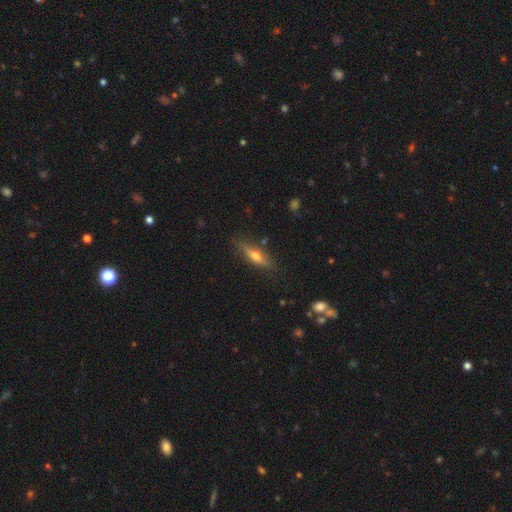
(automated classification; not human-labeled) Overall: featured or disk (50%; smooth 43%). Edge-on disk: yes (90%). Merging: none (83%).